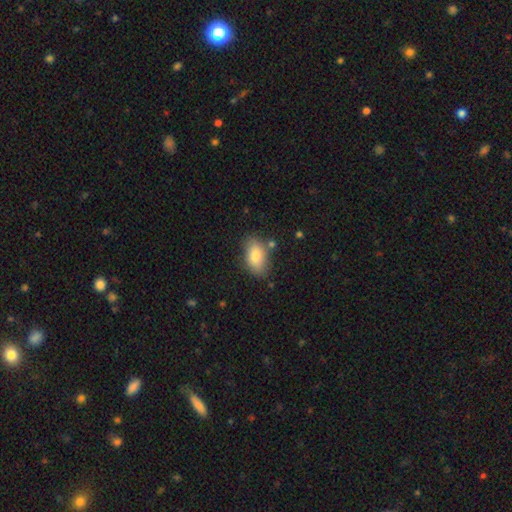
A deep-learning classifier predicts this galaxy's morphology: The model was most divided on "merging": none: 76%, minor disturbance: 16%, merger: 5%, major disturbance: 4%. More confident: how rounded — in between (91%); smooth or featured — smooth (81%).